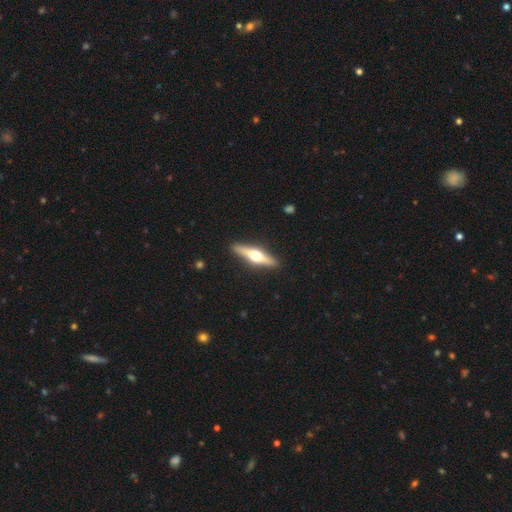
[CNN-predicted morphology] This appears to be a featured or disk galaxy (66%) viewed edge-on (96%) with a rounded central bulge (96%). Merging: none (91%).